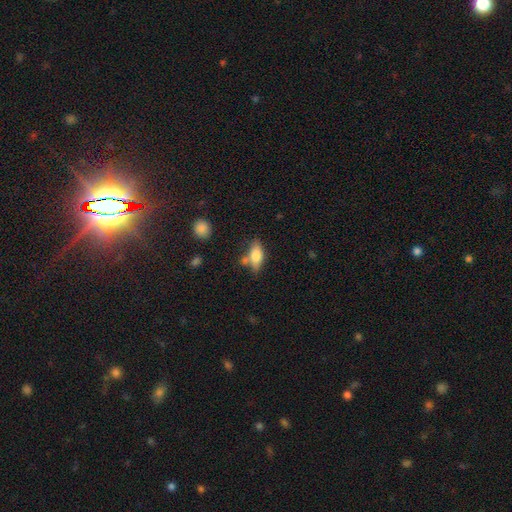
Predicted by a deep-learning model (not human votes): smooth-or-featured: smooth: 72% | featured or disk: 21% | star or artifact: 7%
  how-rounded: in between: 78% | cigar-shaped: 18% | round: 4%
  merging: none: 63% | minor disturbance: 18% | merger: 13% | major disturbance: 6%